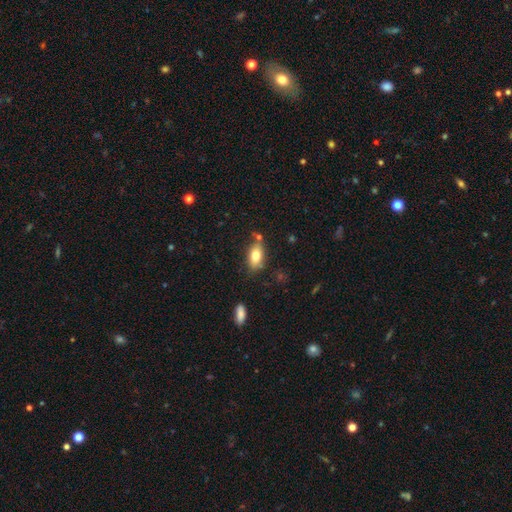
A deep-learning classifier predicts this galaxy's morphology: Smooth or featured? smooth (78%)
How rounded? in between (89%)
Merging? none (74%)